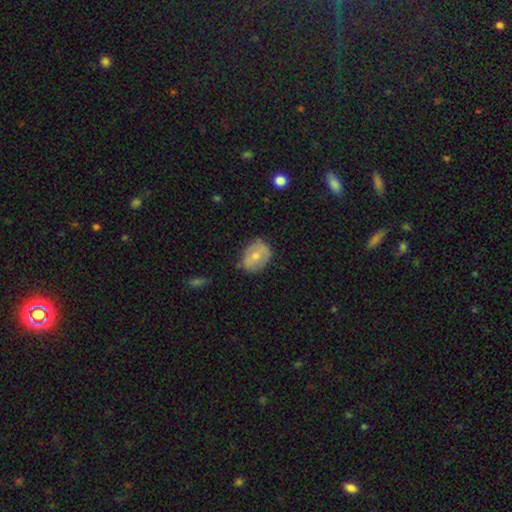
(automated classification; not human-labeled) Smooth or featured? smooth (60%)
How rounded? in between (67%)
Merging? none (68%)